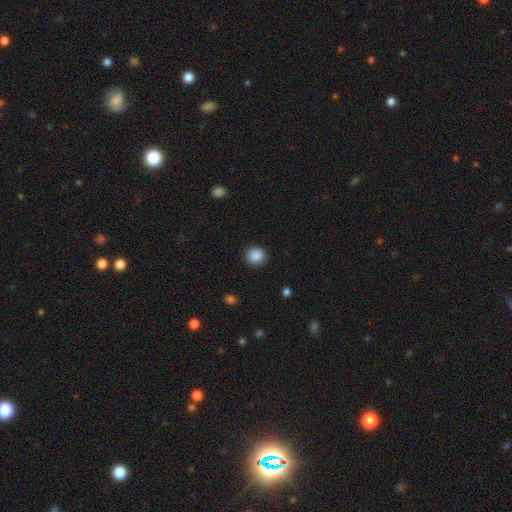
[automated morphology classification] type=smooth (88%); roundness=round (88%); merging=none (91%).